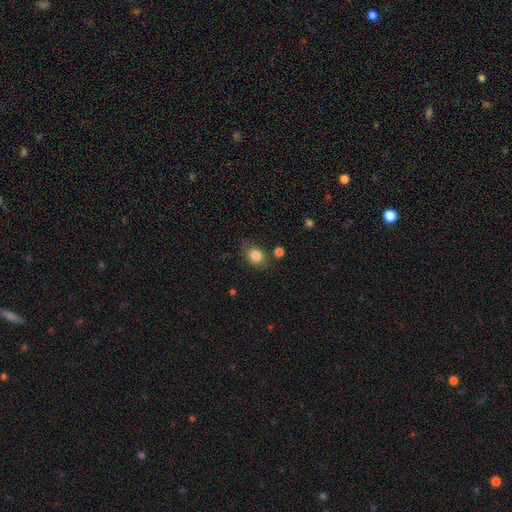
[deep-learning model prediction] The model was most divided on "how rounded": in between: 60%, round: 39%, cigar-shaped: 1%. More confident: smooth or featured — smooth (82%); merging — none (72%).